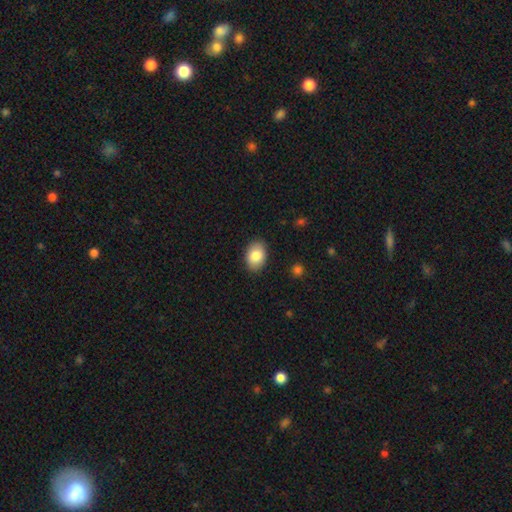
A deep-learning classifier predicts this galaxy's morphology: smooth_or_featured: smooth (p=0.84) [alt: featured or disk p=0.09]
how_rounded: in between (p=0.83) [alt: round p=0.16]
merging: none (p=0.88) [alt: minor disturbance p=0.09]